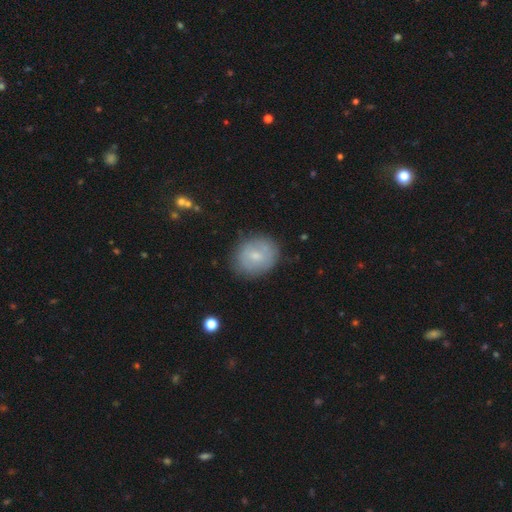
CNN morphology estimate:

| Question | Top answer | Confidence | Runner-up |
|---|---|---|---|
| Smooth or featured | smooth | 63% | featured or disk (29%) |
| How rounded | round | 60% | in between (39%) |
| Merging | none | 79% | minor disturbance (15%) |